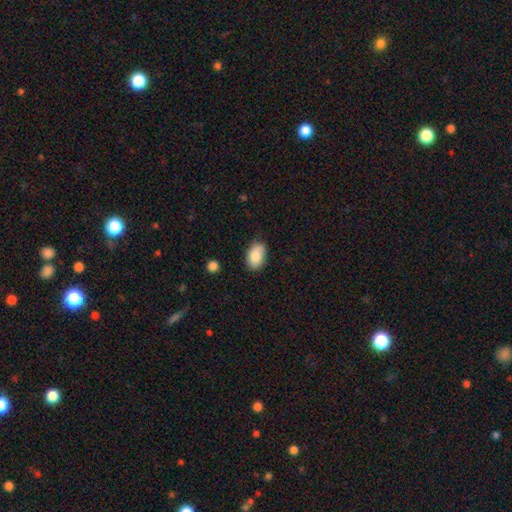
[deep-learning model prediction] smooth 85%, featured or disk 8%, star or artifact 7%. Down the decision tree: how rounded — in between (90%); merging — none (75%).